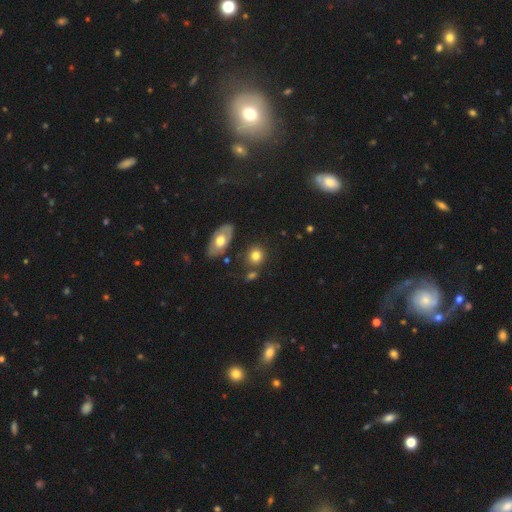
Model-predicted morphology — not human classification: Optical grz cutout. It shows a smooth galaxy with no disk features (77%) that is round (73%). Merging: none (75%).